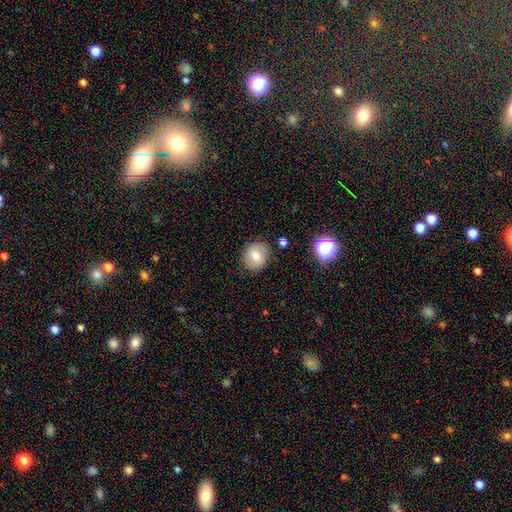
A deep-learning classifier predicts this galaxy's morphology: A smooth galaxy with no disk features (73%) that is round (73%). Merging: none (84%).